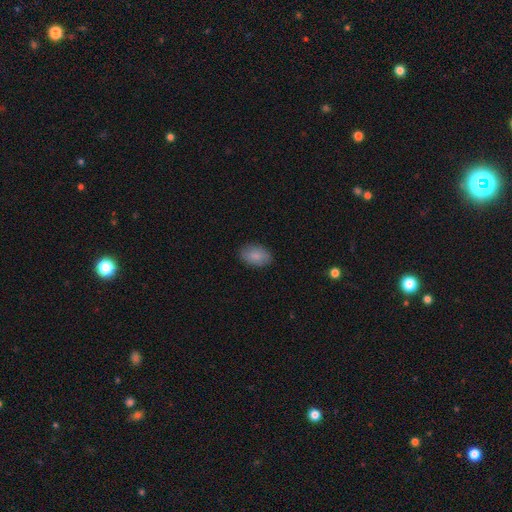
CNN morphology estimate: A smooth galaxy with no disk features (87%) that is in between round and cigar-shaped (89%).

Vote fractions:
- Smooth or featured? smooth: 87% / star or artifact: 7% / featured or disk: 6%
- How rounded? in between: 89% / round: 9% / cigar-shaped: 1%
- Merging? none: 87% / minor disturbance: 10% / major disturbance: 2% / merger: 1%